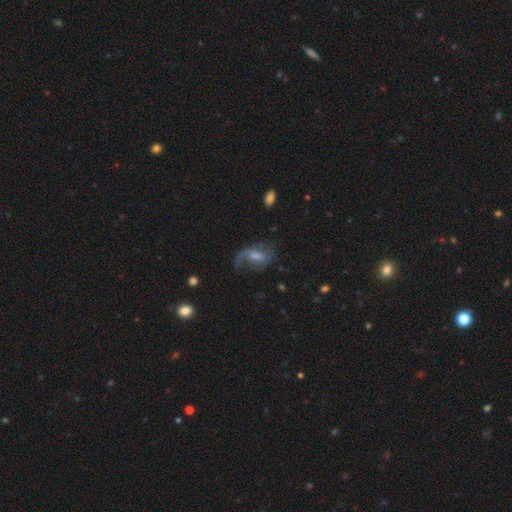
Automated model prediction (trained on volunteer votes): Smooth or featured: featured or disk — 65% (smooth — 26%)
Edge-on disk: no — 96% (yes — 4%)
Bar: weak — 52% (no — 31%)
Spiral arms: yes — 86% (no — 14%)
Spiral winding: loose — 63% (medium — 29%)
Spiral arm count: 2 — 46% (1 — 44%)
Bulge size: moderate — 41% (small — 30%)
Merging: none — 43% (major disturbance — 33%)